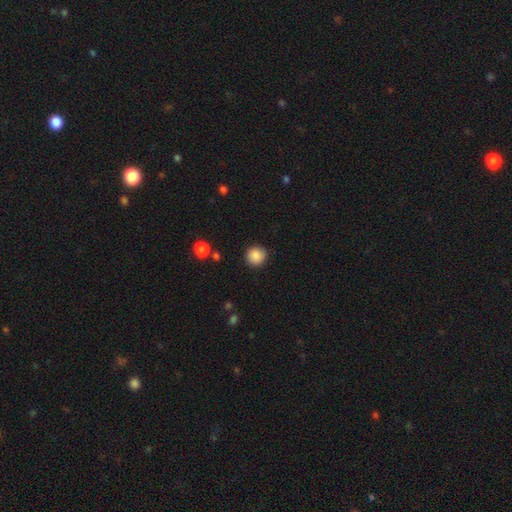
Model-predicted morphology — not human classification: smooth 88%, star or artifact 9%, featured or disk 3%. Down the decision tree: how rounded — round (92%); merging — none (90%).